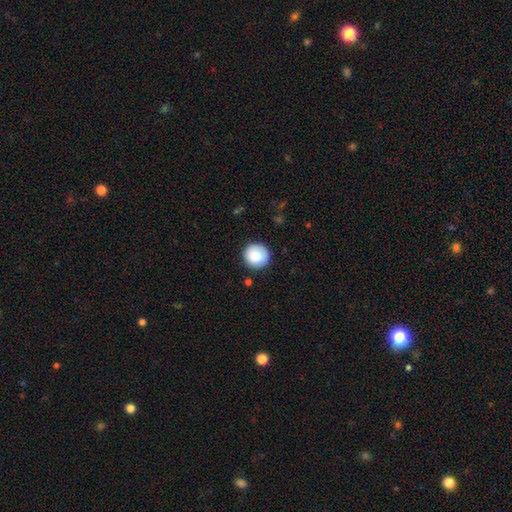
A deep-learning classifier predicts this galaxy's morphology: A smooth galaxy with no disk features (88%) that is round (96%). Merging: none (89%).